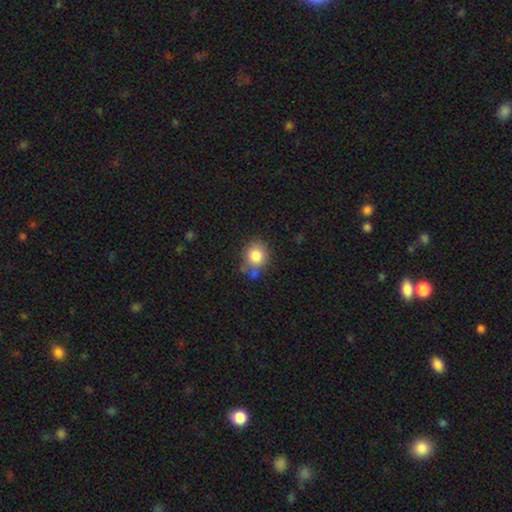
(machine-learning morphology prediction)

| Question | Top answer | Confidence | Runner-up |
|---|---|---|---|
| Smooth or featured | smooth | 82% | star or artifact (10%) |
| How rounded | round | 74% | in between (25%) |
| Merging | none | 68% | minor disturbance (19%) |